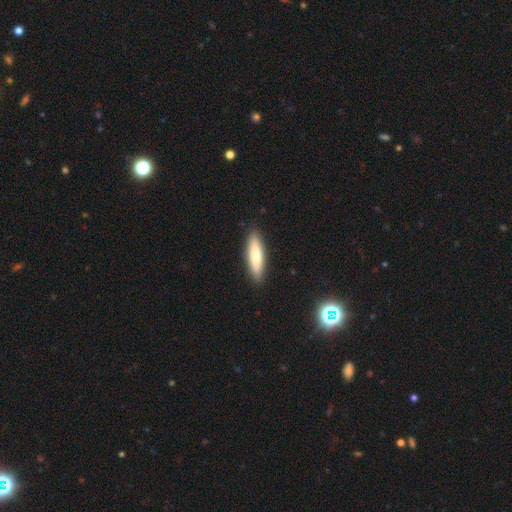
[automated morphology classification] Q: Smooth or featured?
A: smooth (80%); runner-up: featured or disk (14%)
Q: How rounded?
A: cigar-shaped (70%); runner-up: in between (29%)
Q: Merging?
A: none (89%); runner-up: minor disturbance (8%)